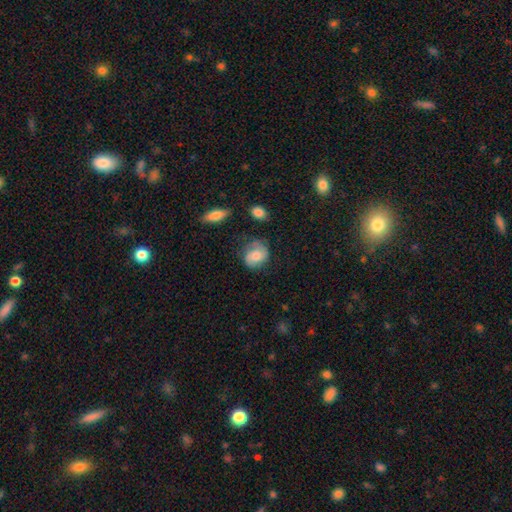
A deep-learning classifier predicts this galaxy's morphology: type=smooth (47%); merging=none (61%).